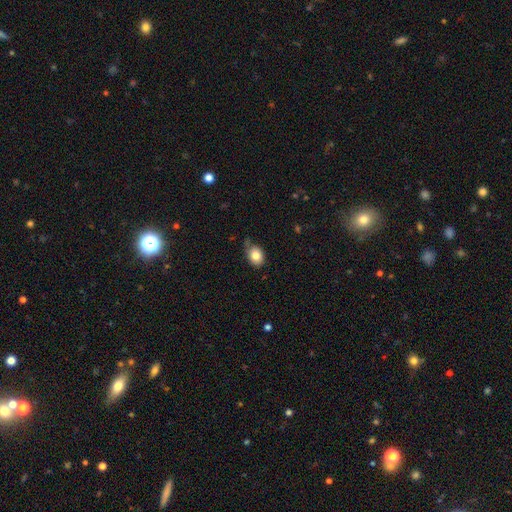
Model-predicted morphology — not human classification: smooth_or_featured: smooth (p=0.81) [alt: featured or disk p=0.10]
how_rounded: in between (p=0.63) [alt: round p=0.36]
merging: none (p=0.61) [alt: minor disturbance p=0.28]